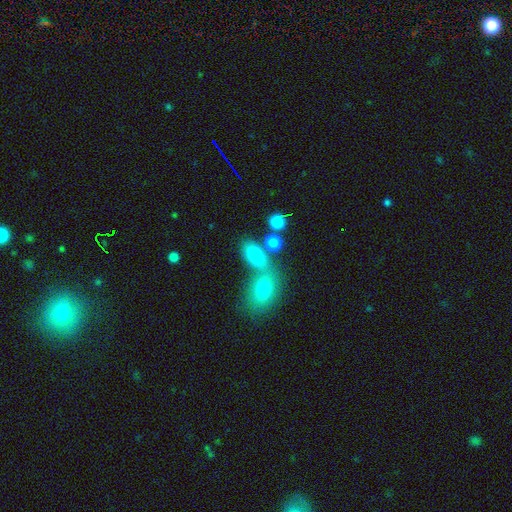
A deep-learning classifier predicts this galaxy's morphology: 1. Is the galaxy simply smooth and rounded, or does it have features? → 75% smooth, 14% featured or disk, 11% star or artifact.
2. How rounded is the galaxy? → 82% in between, 15% round, 3% cigar-shaped.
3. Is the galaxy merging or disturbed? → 45% none, 40% merger, 11% minor disturbance, 5% major disturbance.